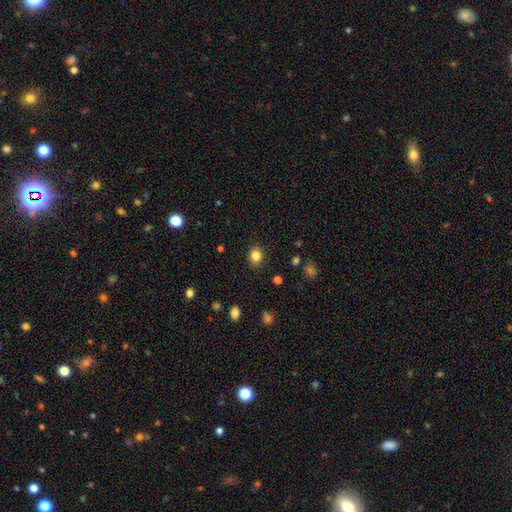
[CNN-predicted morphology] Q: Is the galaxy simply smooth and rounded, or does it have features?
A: smooth — 83%.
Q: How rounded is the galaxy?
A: round — 65%.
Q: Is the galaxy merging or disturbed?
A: none — 87%.